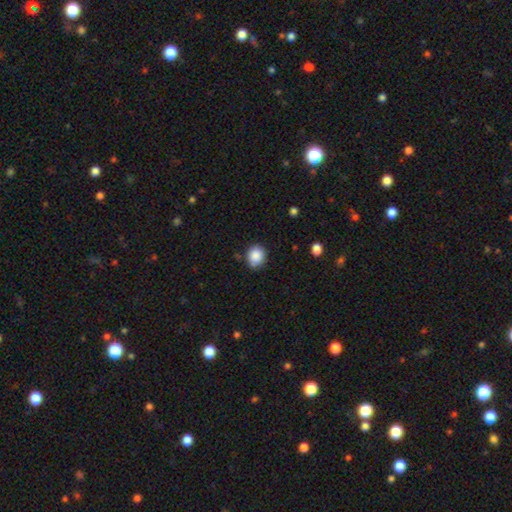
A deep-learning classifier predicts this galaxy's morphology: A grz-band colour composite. It shows a smooth galaxy with no disk features (87%) that is round (66%). Merging: none (80%).